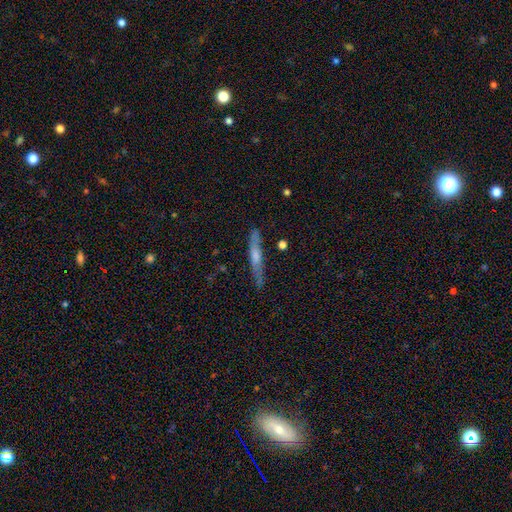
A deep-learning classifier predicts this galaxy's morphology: A smooth galaxy with no disk features (51%) that is cigar-shaped (92%). Merging: none (76%).